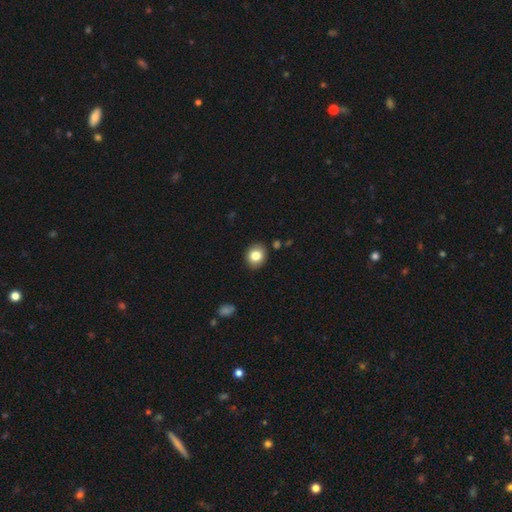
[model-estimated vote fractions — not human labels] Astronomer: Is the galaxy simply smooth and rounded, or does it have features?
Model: smooth — 82%.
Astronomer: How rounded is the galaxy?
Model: round — 67%.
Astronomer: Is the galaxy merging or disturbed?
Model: none — 88%.